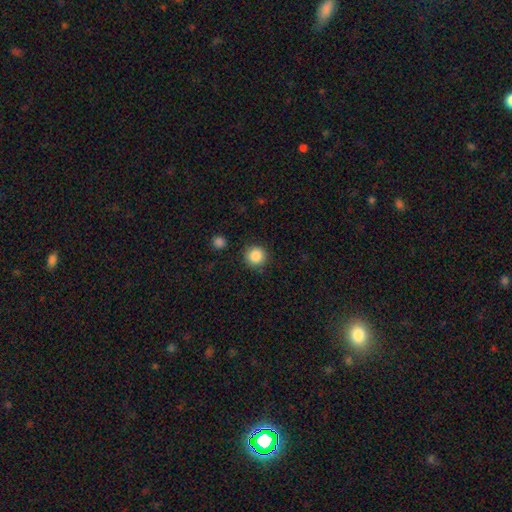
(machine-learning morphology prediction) A smooth galaxy with no disk features (87%) that is round (94%).

Vote fractions:
- Smooth or featured? smooth: 87% / star or artifact: 10% / featured or disk: 4%
- How rounded? round: 94% / in between: 5% / cigar-shaped: 1%
- Merging? none: 89% / minor disturbance: 7% / major disturbance: 2% / merger: 2%